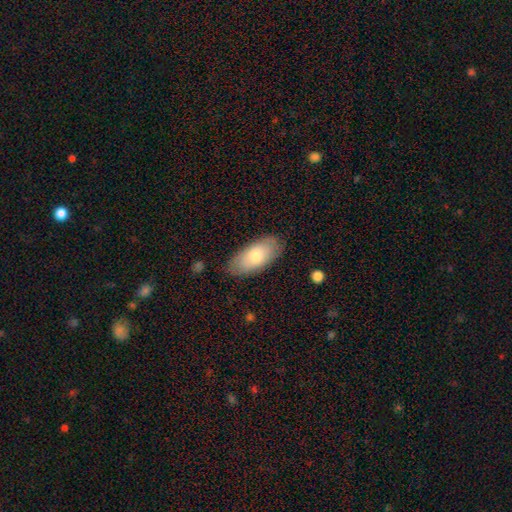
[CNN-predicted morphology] This appears to be a smooth galaxy with no disk features (76%) that is in between round and cigar-shaped (91%). Merging: none (83%).